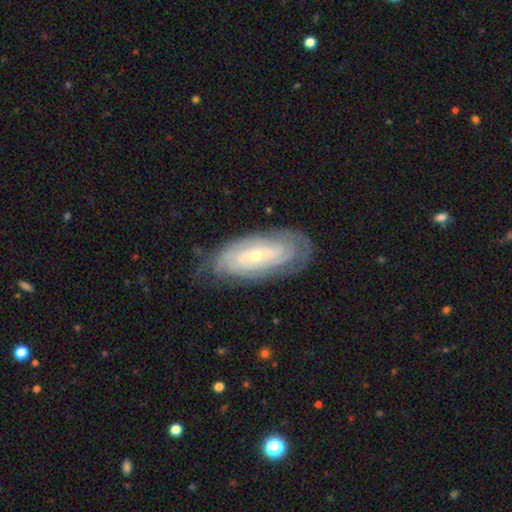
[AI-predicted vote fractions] Smooth or featured? featured or disk (83%)
Edge-on disk? no (92%)
Bar? no (56%)
Spiral arms? yes (94%)
Spiral winding? tight (77%)
Spiral arm count? can't tell (43%)
Bulge size? small (67%)
Merging? none (76%)